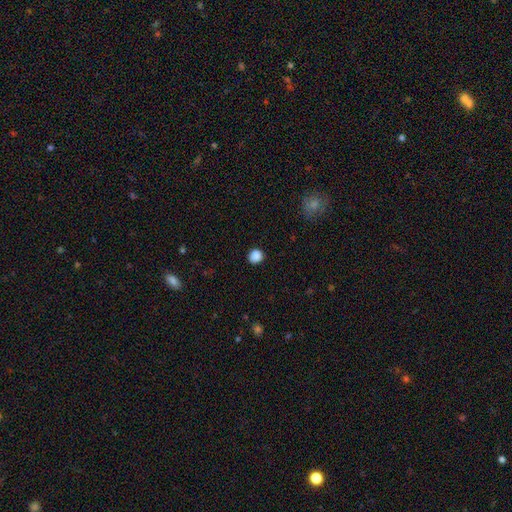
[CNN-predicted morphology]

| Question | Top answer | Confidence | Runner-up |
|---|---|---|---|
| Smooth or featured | smooth | 87% | star or artifact (10%) |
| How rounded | round | 87% | in between (12%) |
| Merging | none | 89% | minor disturbance (8%) |